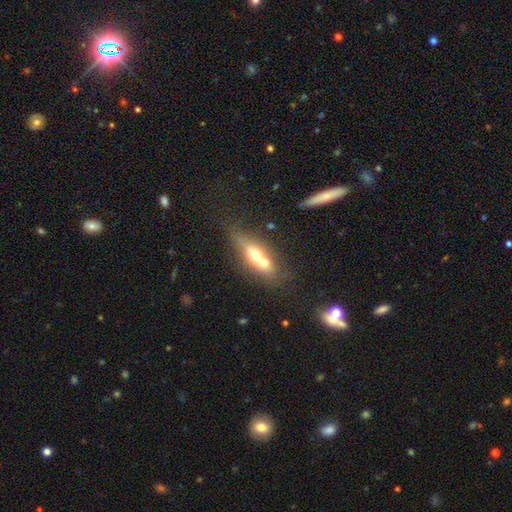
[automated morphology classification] The model was most divided on "smooth or featured": smooth: 50%, featured or disk: 41%, star or artifact: 9%. More confident: merging — merger (60%).